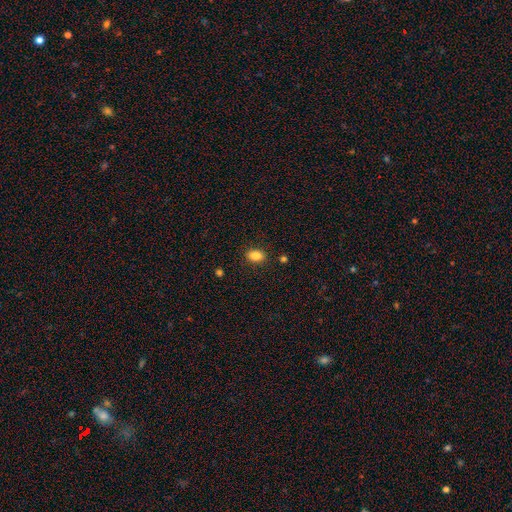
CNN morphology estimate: Smooth or featured? Predicted: smooth (p=0.84). How rounded? Predicted: in between (p=0.77). Merging? Predicted: none (p=0.86).